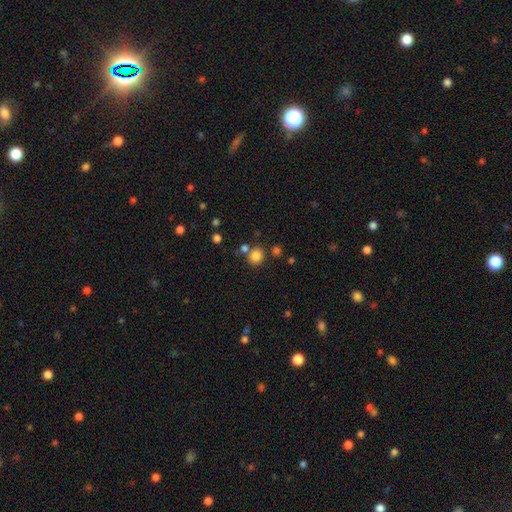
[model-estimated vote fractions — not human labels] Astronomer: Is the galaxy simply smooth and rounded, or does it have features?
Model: smooth — 83%.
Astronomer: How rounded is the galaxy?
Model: round — 82%.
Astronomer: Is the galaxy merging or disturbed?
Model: none — 74%.